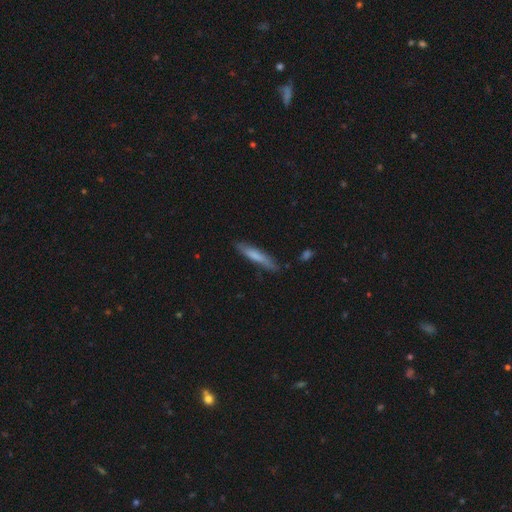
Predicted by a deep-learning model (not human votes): smooth 70%, featured or disk 24%, star or artifact 6%. Down the decision tree: how rounded — cigar-shaped (90%); merging — none (77%).